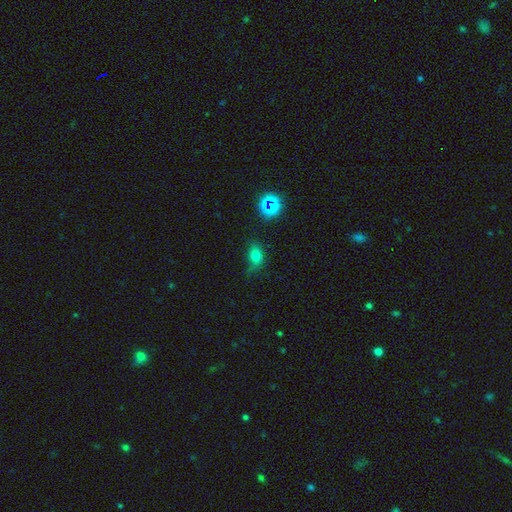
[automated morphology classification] Q: Smooth or featured?
A: smooth (73%); runner-up: star or artifact (18%)
Q: How rounded?
A: in between (71%); runner-up: round (27%)
Q: Merging?
A: none (60%); runner-up: minor disturbance (28%)